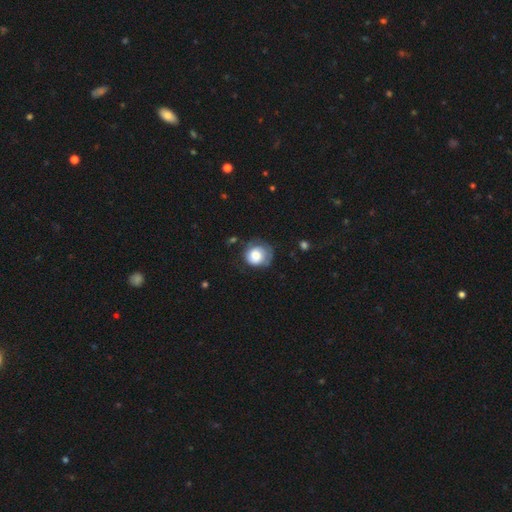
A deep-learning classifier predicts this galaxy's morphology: Overall: smooth (68%). How rounded: round (83%). Merging: none (52%; minor disturbance 30%).